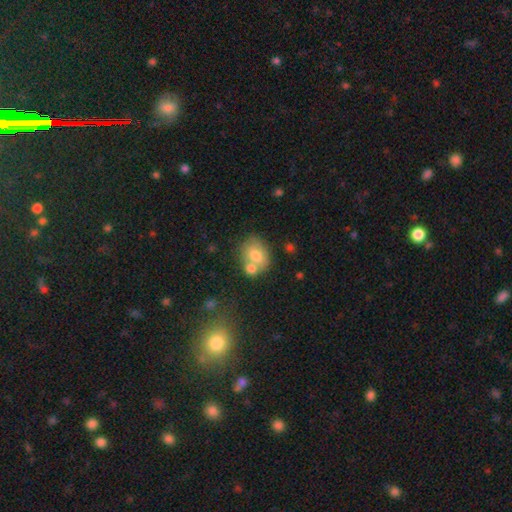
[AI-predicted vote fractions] This appears to be a smooth galaxy with no disk features (70%) that is in between round and cigar-shaped (58%). Merging: none (46%).